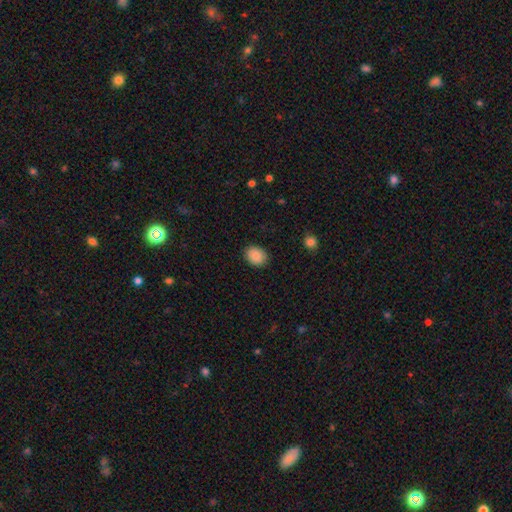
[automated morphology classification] Smooth or featured? smooth (89%)
How rounded? in between (54%)
Merging? none (88%)